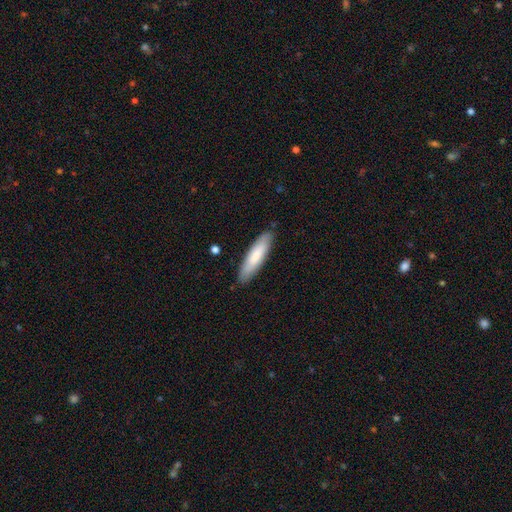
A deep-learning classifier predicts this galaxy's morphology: A smooth galaxy with no disk features (78%) that is cigar-shaped (72%). Merging: none (86%).